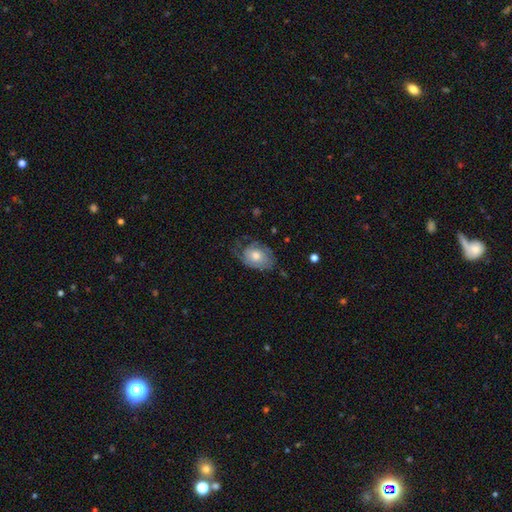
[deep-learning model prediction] Smooth or featured? Predicted: featured or disk (p=0.55). Edge-on disk? Predicted: no (p=0.95). Bar? Predicted: no (p=0.82). Spiral arms? Predicted: yes (p=0.77). Bulge size? Predicted: moderate (p=0.68). Merging? Predicted: none (p=0.52).